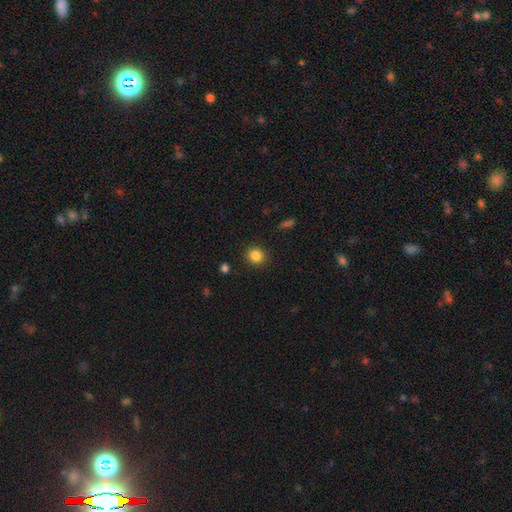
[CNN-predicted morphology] A smooth galaxy with no disk features (86%) that is round (78%). Merging: none (90%).